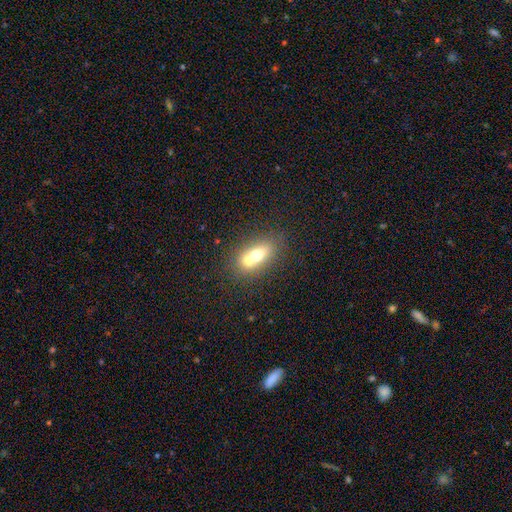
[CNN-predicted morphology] Smooth or featured: smooth — 62% (featured or disk — 28%)
How rounded: in between — 72% (round — 22%)
Merging: merger — 57% (none — 32%)